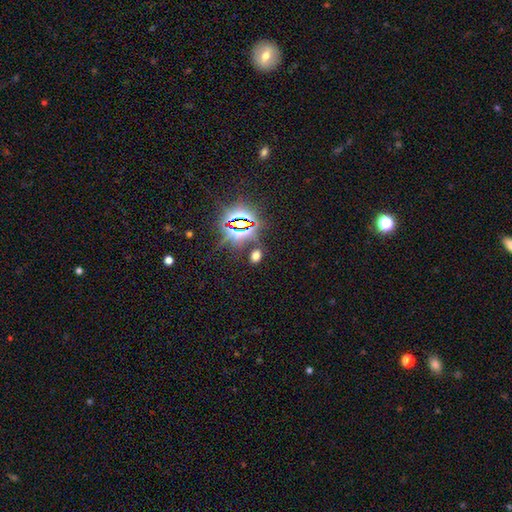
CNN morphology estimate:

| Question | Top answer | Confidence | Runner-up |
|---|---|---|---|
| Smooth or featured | smooth | 51% | star or artifact (42%) |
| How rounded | in between | 78% | round (19%) |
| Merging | none | 80% | minor disturbance (9%) |